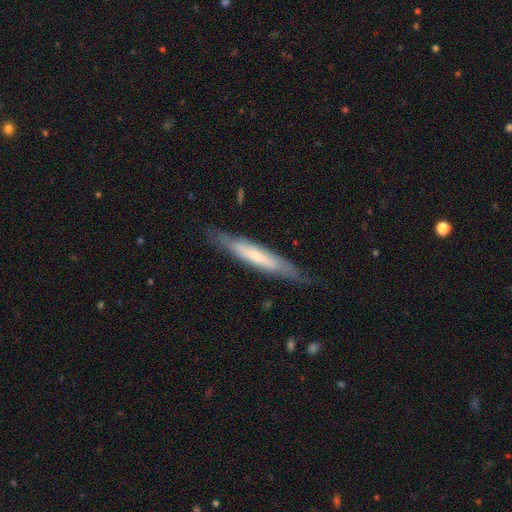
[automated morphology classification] This appears to be a featured or disk galaxy (48%). Merging: none (80%).